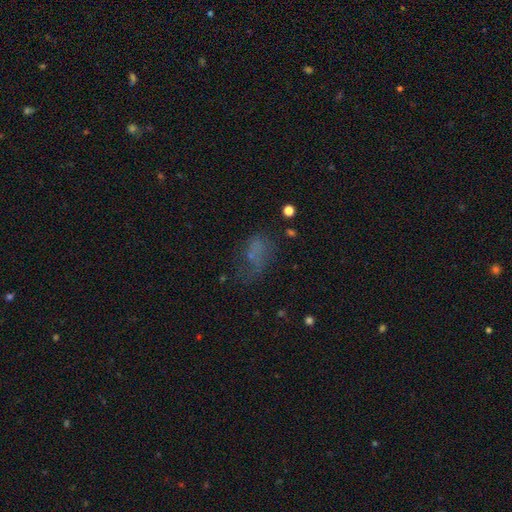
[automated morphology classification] Smooth or featured? smooth (47%)
Merging? none (41%)